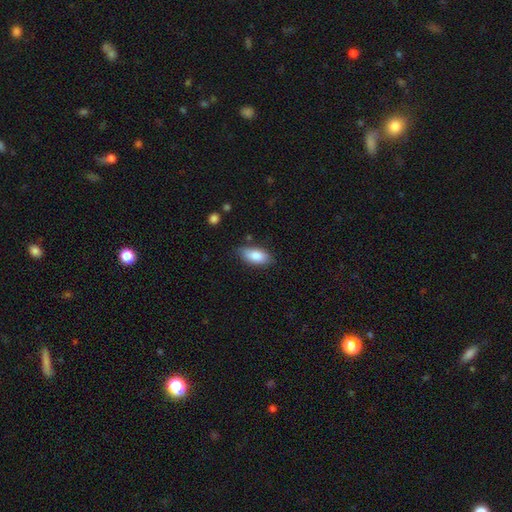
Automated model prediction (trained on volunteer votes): Smooth or featured?
  - smooth: 84% *
  - featured or disk: 10%
  - star or artifact: 6%
How rounded?
  - in between: 89% *
  - cigar-shaped: 8%
  - round: 3%
Merging?
  - none: 76% *
  - minor disturbance: 19%
  - major disturbance: 3%
  - merger: 2%